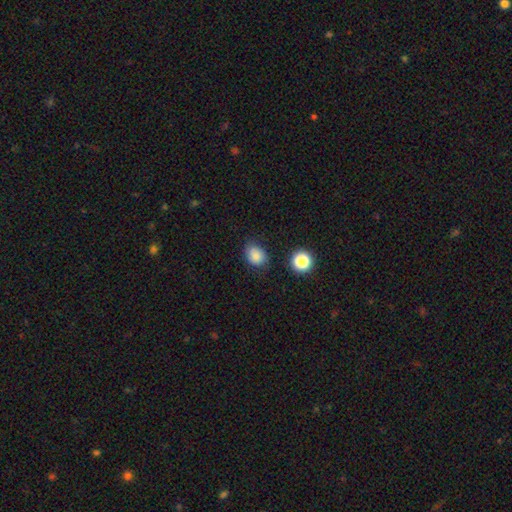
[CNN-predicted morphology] Smooth or featured? Predicted: smooth (p=0.82). How rounded? Predicted: in between (p=0.52). Merging? Predicted: none (p=0.73).